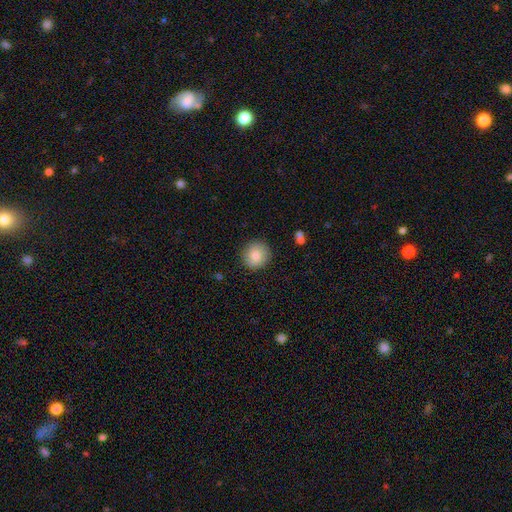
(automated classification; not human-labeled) Smooth or featured? Predicted: smooth (p=0.86). How rounded? Predicted: round (p=0.91). Merging? Predicted: none (p=0.89).